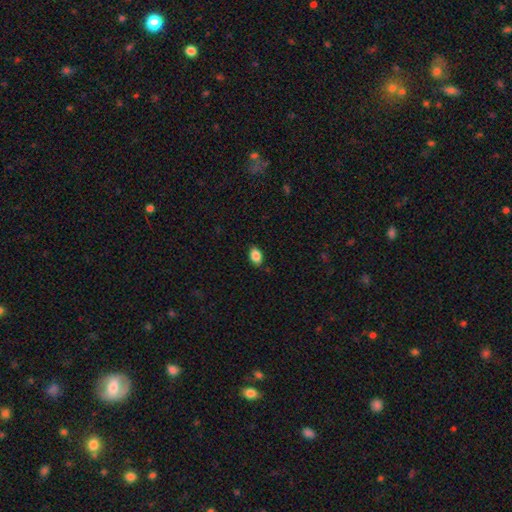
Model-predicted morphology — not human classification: Smooth or featured?
  - smooth: 87% *
  - star or artifact: 8%
  - featured or disk: 5%
How rounded?
  - in between: 88% *
  - round: 11%
  - cigar-shaped: 2%
Merging?
  - none: 87% *
  - minor disturbance: 10%
  - major disturbance: 2%
  - merger: 1%